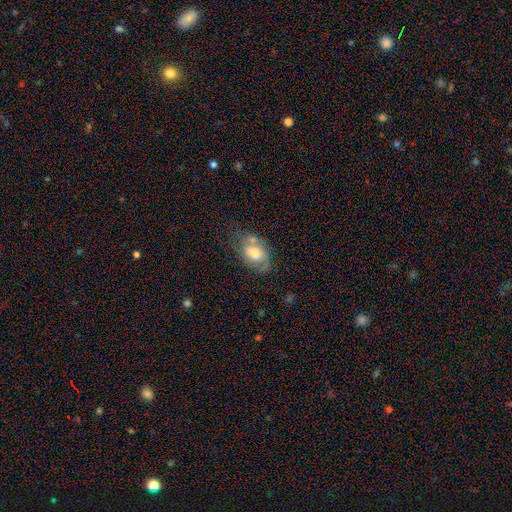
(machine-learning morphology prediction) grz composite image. It shows a smooth galaxy with no disk features (47%). Merging: none (43%).